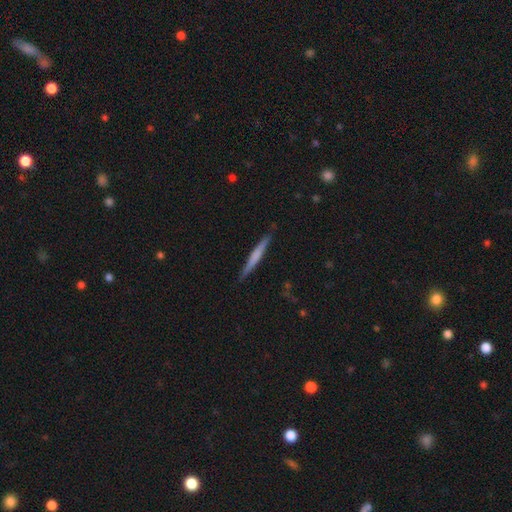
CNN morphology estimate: This is possibly a smooth galaxy (49%). Merging: clearly none (89%).